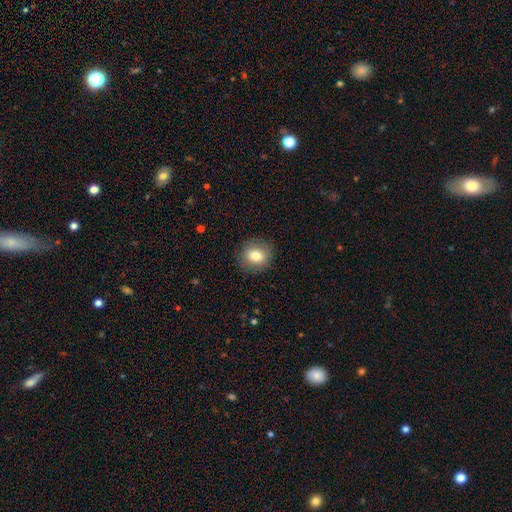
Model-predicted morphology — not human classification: Overall: smooth (78%). How rounded: round (80%). Merging: none (89%).